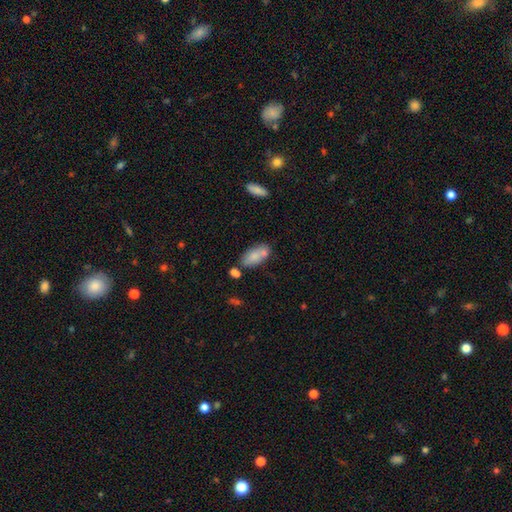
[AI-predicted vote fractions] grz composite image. It shows a smooth galaxy with no disk features (77%) that is in between round and cigar-shaped (89%). Merging: none (58%).